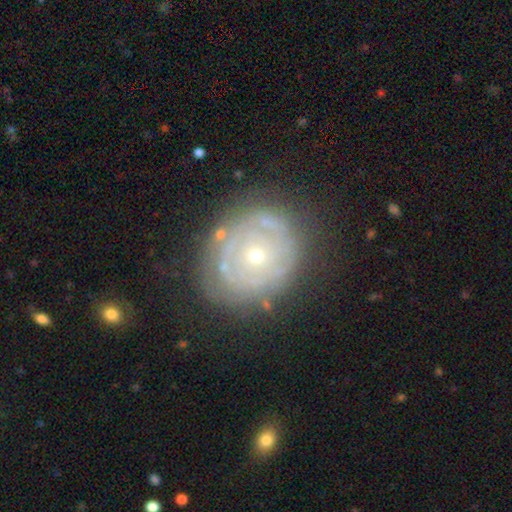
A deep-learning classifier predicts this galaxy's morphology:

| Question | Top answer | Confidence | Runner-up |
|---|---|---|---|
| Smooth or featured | featured or disk | 71% | smooth (22%) |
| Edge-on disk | no | 96% | yes (4%) |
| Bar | no | 89% | weak (9%) |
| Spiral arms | yes | 53% | no (47%) |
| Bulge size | small | 64% | moderate (32%) |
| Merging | none | 71% | minor disturbance (18%) |